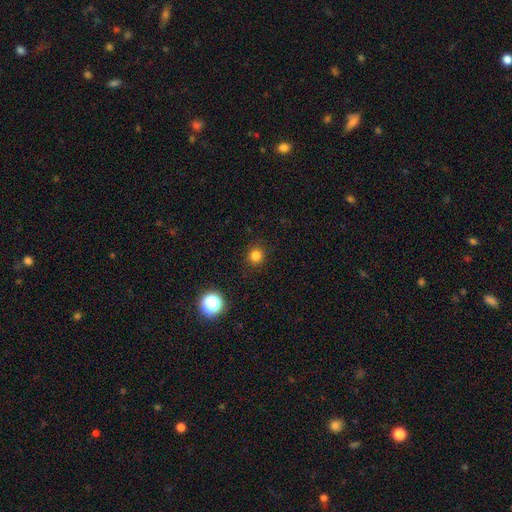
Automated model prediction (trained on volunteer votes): smooth-or-featured: smooth: 81% | star or artifact: 15% | featured or disk: 4%
  how-rounded: round: 94% | in between: 5% | cigar-shaped: 1%
  merging: none: 91% | minor disturbance: 6% | major disturbance: 2% | merger: 1%